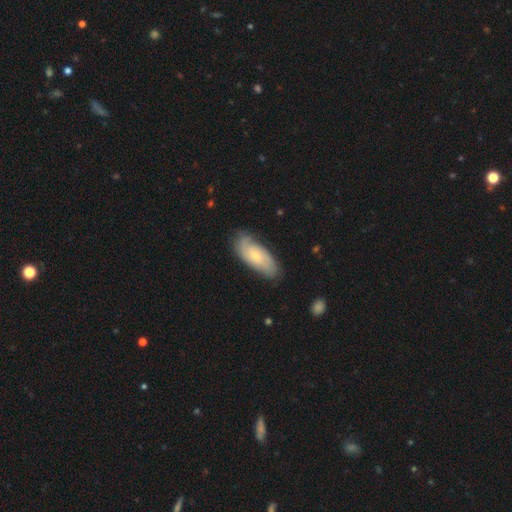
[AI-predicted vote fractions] A featured or disk galaxy (59%) with no bar (72%), spiral arms (88%) and a small central bulge (66%).

Vote fractions:
- Smooth or featured? featured or disk: 59% / smooth: 36% / star or artifact: 6%
- Edge-on disk? no: 90% / yes: 10%
- Bar? no: 72% / weak: 25% / strong: 4%
- Spiral arms? yes: 88% / no: 12%
- Bulge size? small: 66% / moderate: 28% / none: 3% / large: 2% / dominant: 1%
- Merging? none: 74% / minor disturbance: 20% / major disturbance: 5% / merger: 2%